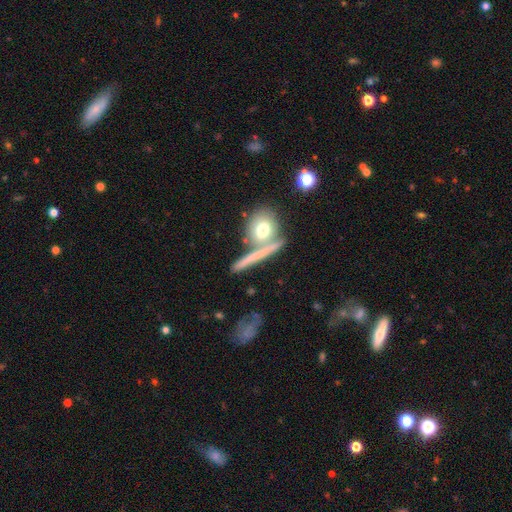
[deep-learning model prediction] A smooth galaxy with no disk features (54%) that is round (45%).

Vote fractions:
- Smooth or featured? smooth: 54% / featured or disk: 36% / star or artifact: 10%
- How rounded? round: 45% / cigar-shaped: 35% / in between: 20%
- Merging? none: 58% / merger: 24% / minor disturbance: 12% / major disturbance: 6%